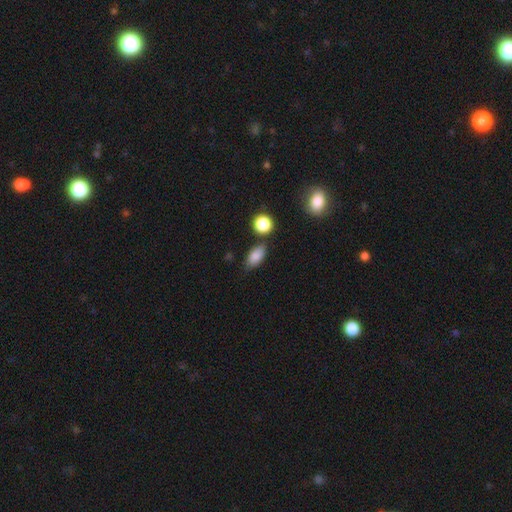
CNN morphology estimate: Smooth or featured? Predicted: smooth (p=0.85). How rounded? Predicted: in between (p=0.85). Merging? Predicted: none (p=0.74).